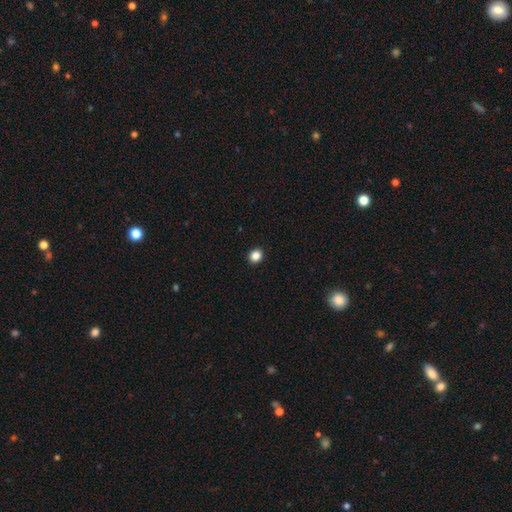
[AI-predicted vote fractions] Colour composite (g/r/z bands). It shows a smooth galaxy with no disk features (86%) that is round (82%). Merging: none (93%).